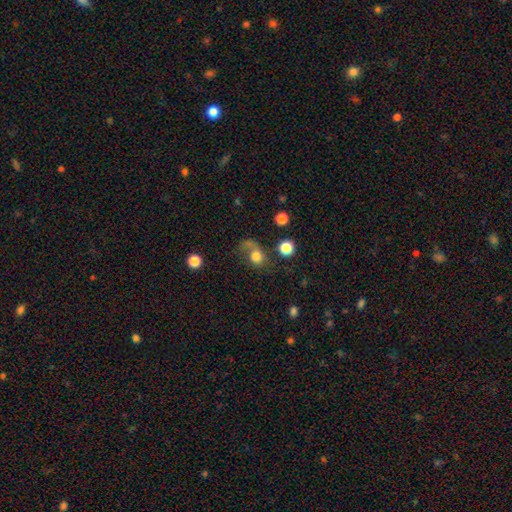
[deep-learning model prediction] A smooth galaxy with no disk features (68%) that is round (66%). Merging: major disturbance (37%).